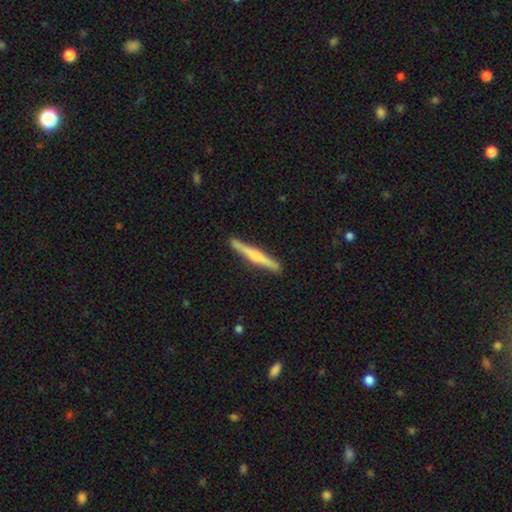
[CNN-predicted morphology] This is possibly a featured or disk galaxy (56%). It is clearly viewed edge-on (98%). Edge-on bulge: likely rounded (61%). Merging: clearly none (90%).